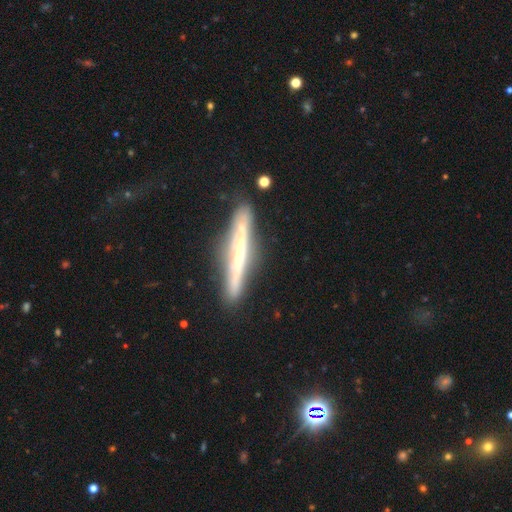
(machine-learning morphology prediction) smooth-or-featured: featured or disk: 64% | smooth: 28% | star or artifact: 7%
  disk-edge-on: yes: 93% | no: 7%
    edge-on-bulge: none: 65% | rounded: 24% | boxy: 10%
  merging: none: 82% | minor disturbance: 13% | major disturbance: 3% | merger: 2%